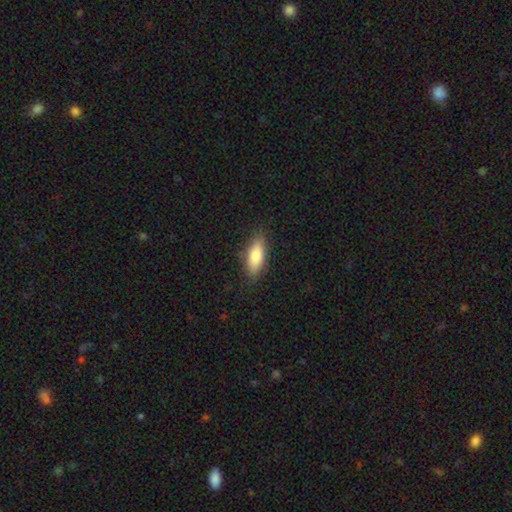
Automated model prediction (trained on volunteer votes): A smooth galaxy with no disk features (81%) that is in between round and cigar-shaped (71%).

Vote fractions:
- Smooth or featured? smooth: 81% / featured or disk: 13% / star or artifact: 6%
- How rounded? in between: 71% / cigar-shaped: 27% / round: 2%
- Merging? none: 84% / minor disturbance: 12% / major disturbance: 3% / merger: 1%